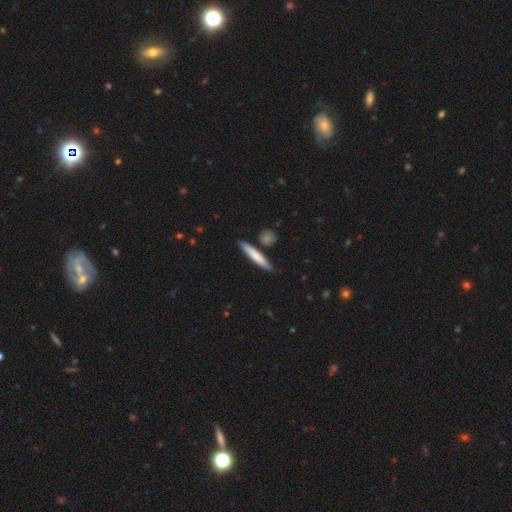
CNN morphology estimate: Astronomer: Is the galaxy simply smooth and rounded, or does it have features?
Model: smooth — 71%.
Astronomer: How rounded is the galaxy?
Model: cigar-shaped — 92%.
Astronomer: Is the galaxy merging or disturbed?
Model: none — 84%.